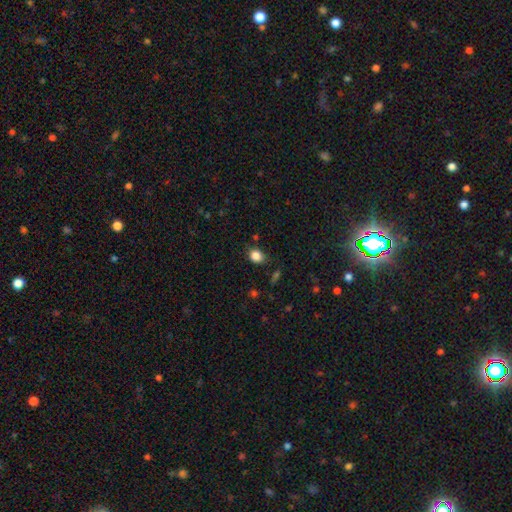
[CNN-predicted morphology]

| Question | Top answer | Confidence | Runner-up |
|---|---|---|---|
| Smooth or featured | smooth | 85% | star or artifact (11%) |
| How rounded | round | 57% | in between (42%) |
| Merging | none | 76% | minor disturbance (17%) |